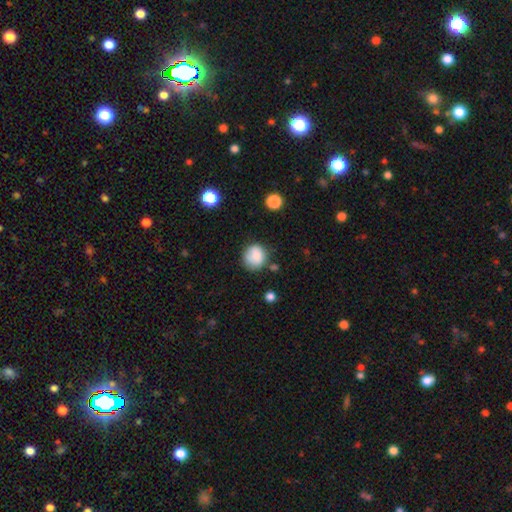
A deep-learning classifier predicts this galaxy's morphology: The model was most divided on "merging": none: 67%, minor disturbance: 21%, major disturbance: 6%, merger: 5%. More confident: how rounded — round (84%); smooth or featured — smooth (79%).